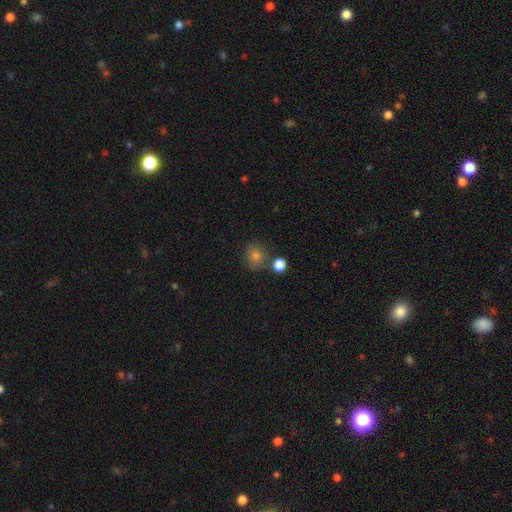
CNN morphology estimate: This appears to be a smooth galaxy with no disk features (75%) that is round (84%). Merging: none (75%).